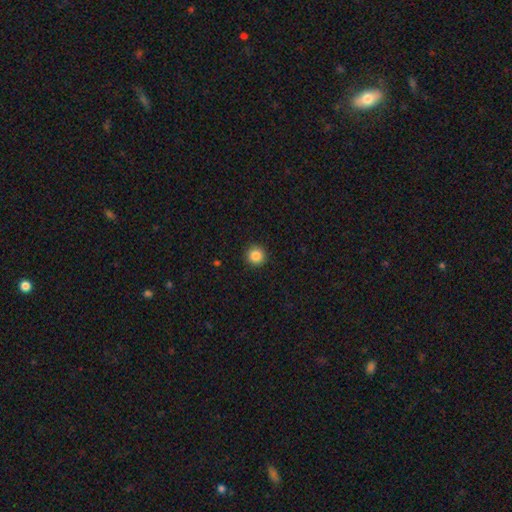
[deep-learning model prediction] smooth-or-featured: smooth: 86% | star or artifact: 10% | featured or disk: 4%
  how-rounded: round: 95% | in between: 4% | cigar-shaped: 1%
  merging: none: 93% | minor disturbance: 4% | major disturbance: 2% | merger: 1%